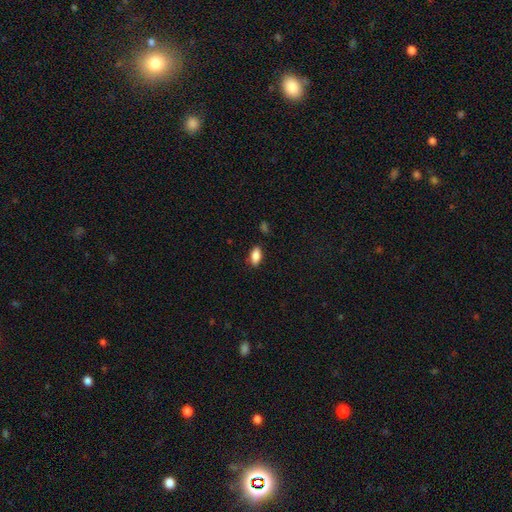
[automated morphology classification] This is clearly a smooth galaxy (86%). How rounded: clearly in between (90%). Merging: clearly none (85%).